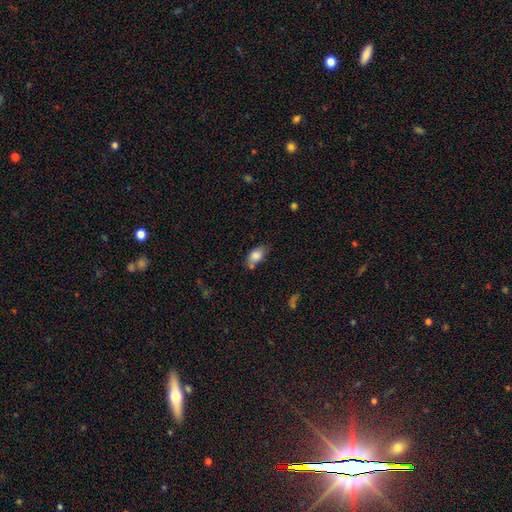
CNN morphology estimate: Smooth or featured? Predicted: smooth (p=0.81). How rounded? Predicted: in between (p=0.88). Merging? Predicted: none (p=0.56).